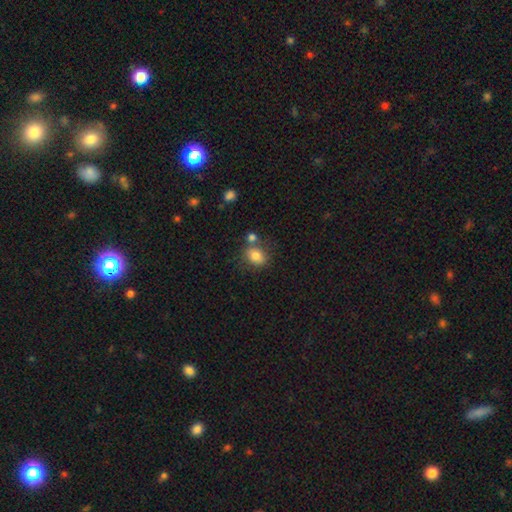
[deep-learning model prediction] smooth_or_featured: smooth (p=0.82) [alt: star or artifact p=0.09]
how_rounded: in between (p=0.60) [alt: round p=0.39]
merging: none (p=0.59) [alt: merger p=0.22]